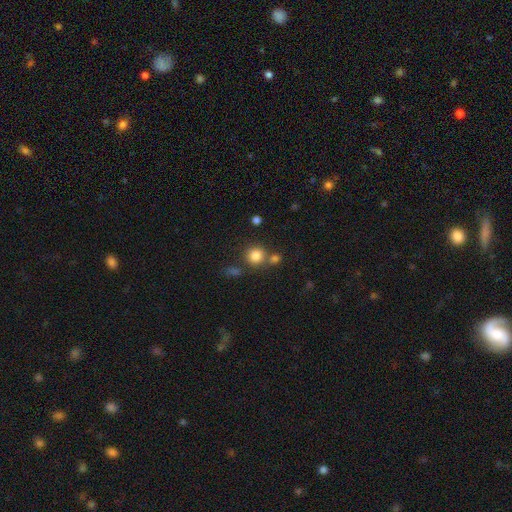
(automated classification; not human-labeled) smooth_or_featured: smooth (p=0.83) [alt: star or artifact p=0.12]
how_rounded: round (p=0.90) [alt: in between p=0.09]
merging: none (p=0.68) [alt: merger p=0.19]